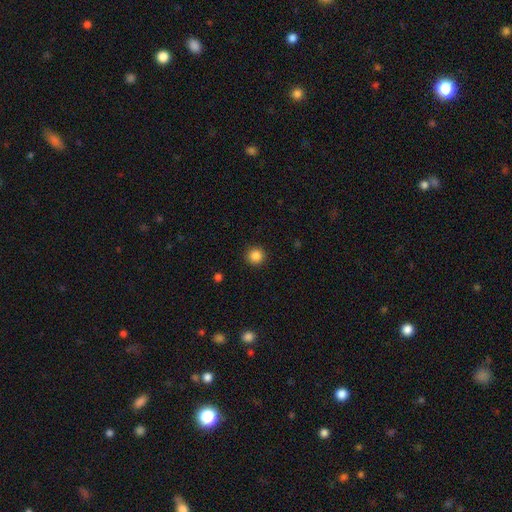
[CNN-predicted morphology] Smooth or featured? Predicted: smooth (p=0.86). How rounded? Predicted: round (p=0.94). Merging? Predicted: none (p=0.92).